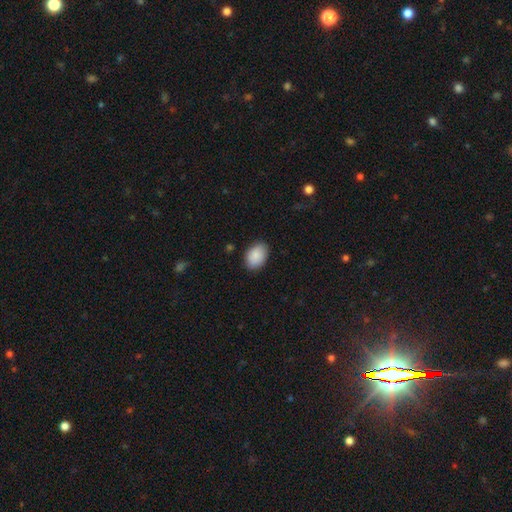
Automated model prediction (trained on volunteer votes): Q: Smooth or featured?
A: smooth (89%); runner-up: star or artifact (6%)
Q: How rounded?
A: in between (85%); runner-up: round (14%)
Q: Merging?
A: none (85%); runner-up: minor disturbance (11%)